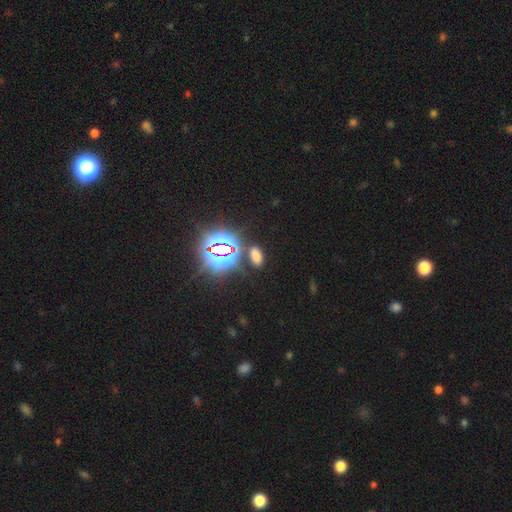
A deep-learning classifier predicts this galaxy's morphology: A smooth galaxy with no disk features (54%) that is in between round and cigar-shaped (87%). Merging: none (82%).